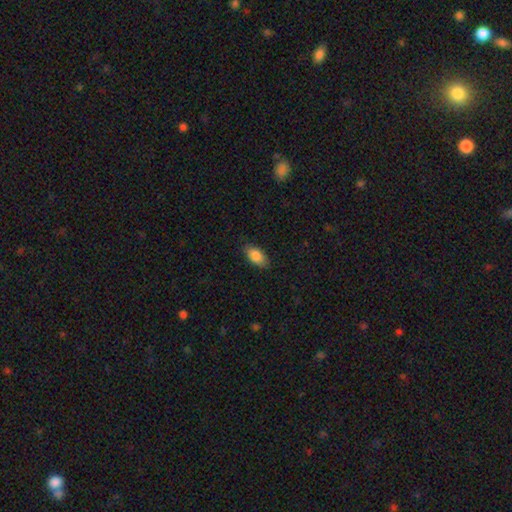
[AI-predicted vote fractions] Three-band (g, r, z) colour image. It shows a smooth galaxy with no disk features (86%) that is in between round and cigar-shaped (92%). Merging: none (85%).